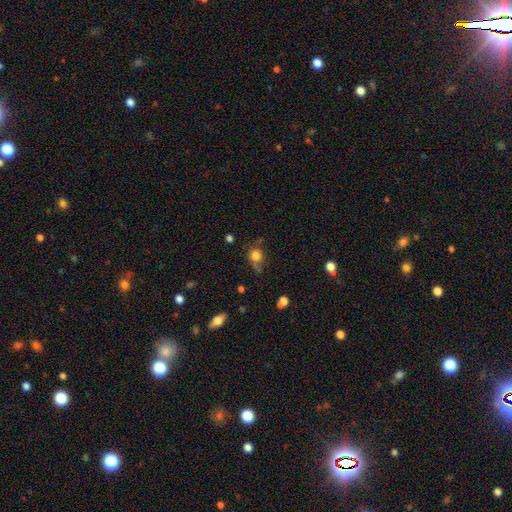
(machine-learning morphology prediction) This is likely a smooth galaxy (78%). How rounded: clearly round (82%). Merging: possibly none (58%).